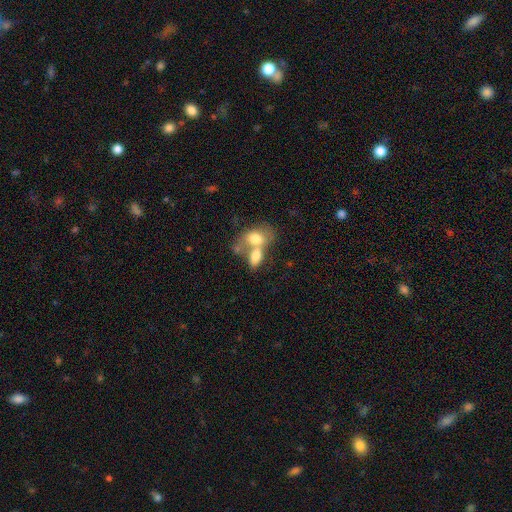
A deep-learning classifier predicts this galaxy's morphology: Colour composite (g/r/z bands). It shows a smooth galaxy with no disk features (73%) that is in between round and cigar-shaped (85%). Merging: merger (68%).